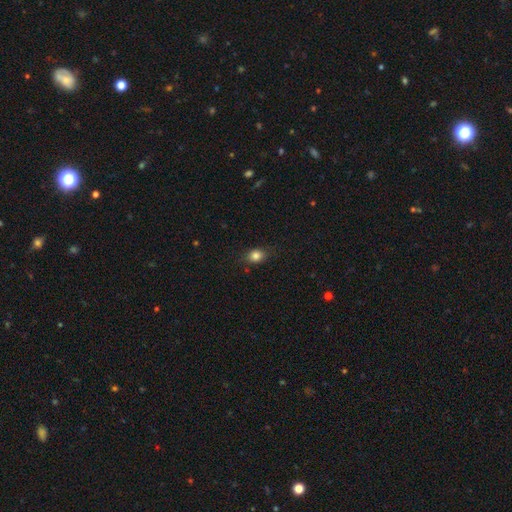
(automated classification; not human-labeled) Smooth or featured? smooth (83%)
How rounded? in between (53%)
Merging? none (80%)